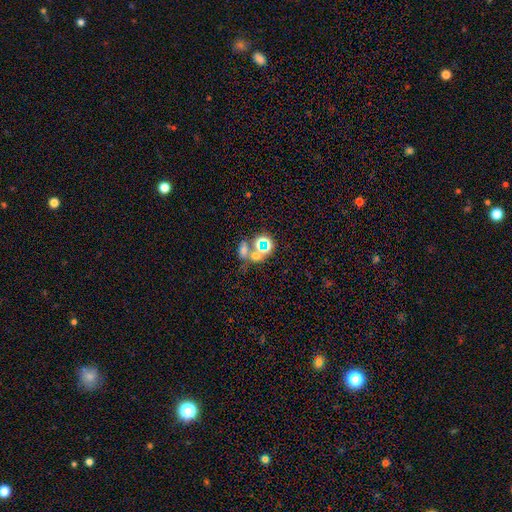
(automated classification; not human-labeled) smooth-or-featured: smooth: 46% | star or artifact: 33% | featured or disk: 21%
  merging: merger: 52% | none: 30% | major disturbance: 9% | minor disturbance: 9%